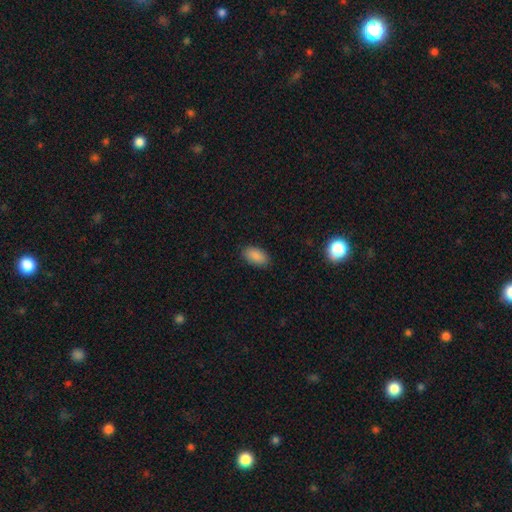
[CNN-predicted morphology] Smooth or featured: smooth — 89% (star or artifact — 7%)
How rounded: in between — 94% (round — 4%)
Merging: none — 88% (minor disturbance — 9%)